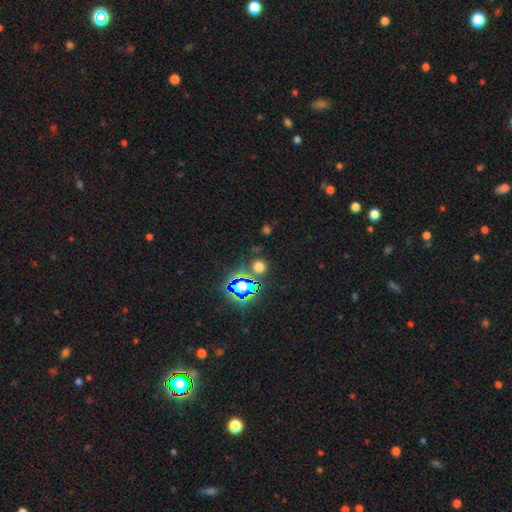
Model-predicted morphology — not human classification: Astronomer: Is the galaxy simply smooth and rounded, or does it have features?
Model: star or artifact — 75%.